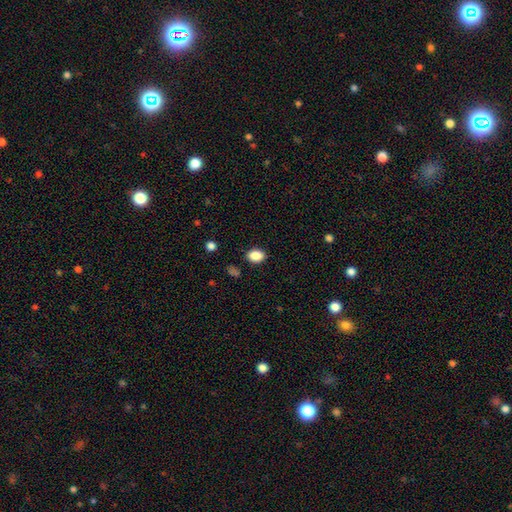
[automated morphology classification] This is clearly a smooth galaxy (88%). How rounded: likely in between (70%). Merging: clearly none (87%).